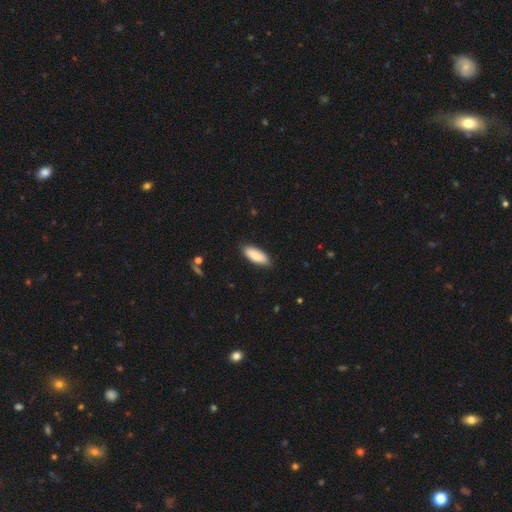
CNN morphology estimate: Overall: smooth (86%). How rounded: in between (73%). Merging: none (87%).